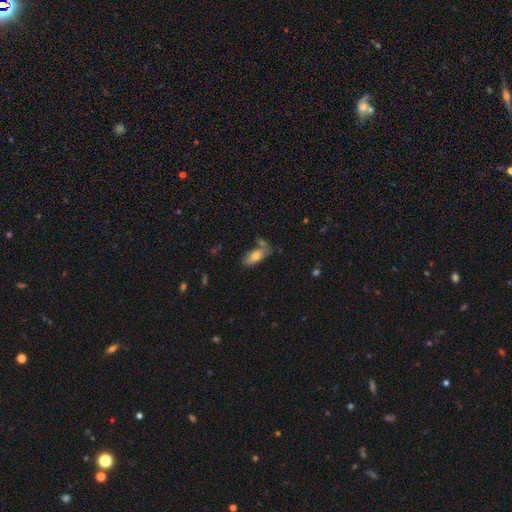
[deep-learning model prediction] This is likely a smooth galaxy (71%). How rounded: clearly in between (81%). Merging: possibly none (59%).